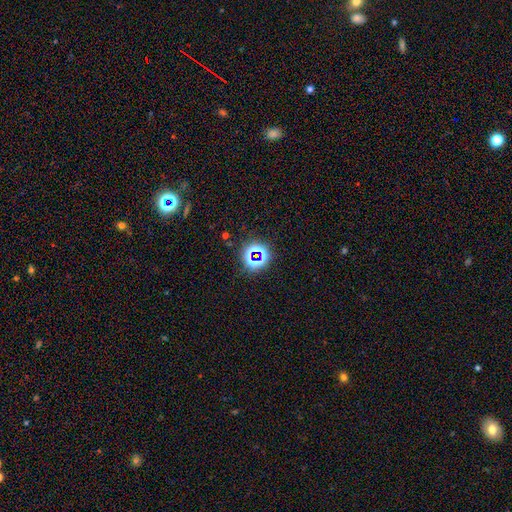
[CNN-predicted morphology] Q: Smooth or featured?
A: star or artifact (70%); runner-up: smooth (21%)